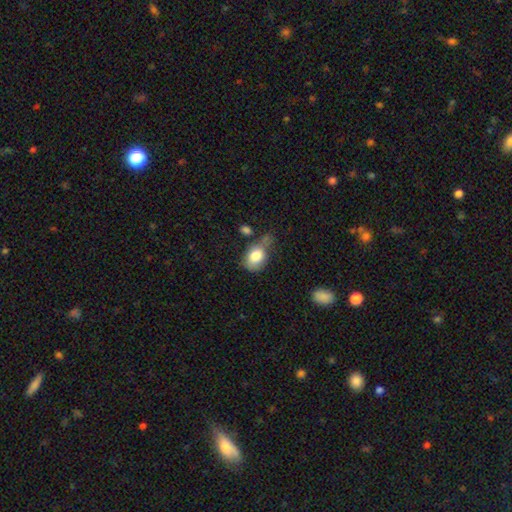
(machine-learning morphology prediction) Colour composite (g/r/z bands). It shows a smooth galaxy with no disk features (80%) that is in between round and cigar-shaped (65%). Merging: minor disturbance (33%, tied with none).